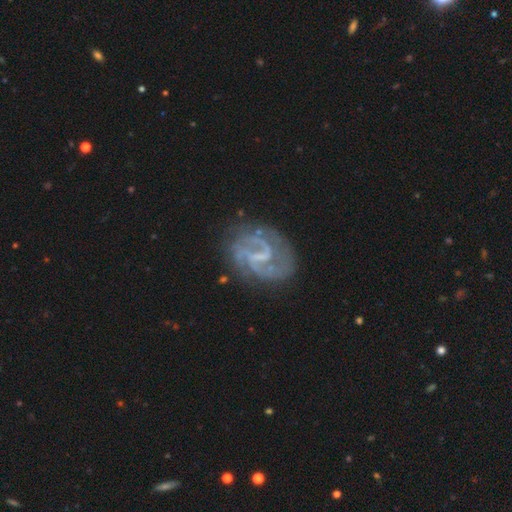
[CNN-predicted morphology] Overall: featured or disk (80%). Edge-on disk: no (97%). Bar: weak (49%; strong 33%). Spiral arms: yes (91%). Spiral arm count: 2 (62%). Spiral winding: medium (44%; tight 37%). Bulge size: small (47%; none 34%). Merging: none (74%).